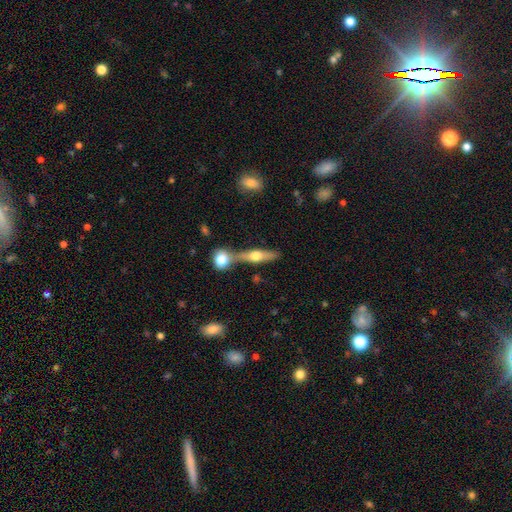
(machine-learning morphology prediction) Smooth or featured? Predicted: featured or disk (p=0.51). Edge-on disk? Predicted: yes (p=0.87). Merging? Predicted: none (p=0.54).